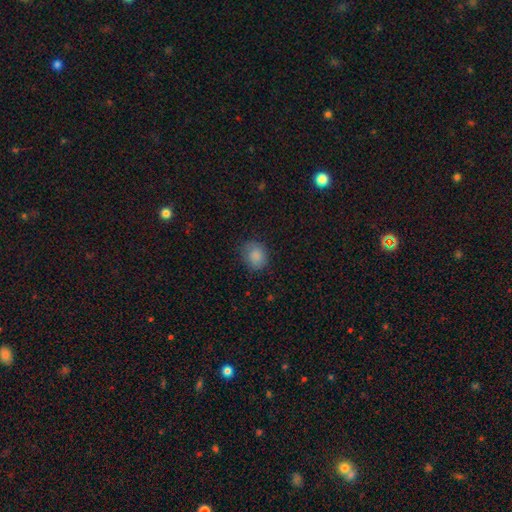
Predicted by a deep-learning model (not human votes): Smooth or featured?
  - smooth: 86% *
  - star or artifact: 9%
  - featured or disk: 5%
How rounded?
  - round: 65% *
  - in between: 34%
  - cigar-shaped: 1%
Merging?
  - none: 72% *
  - minor disturbance: 22%
  - major disturbance: 5%
  - merger: 1%